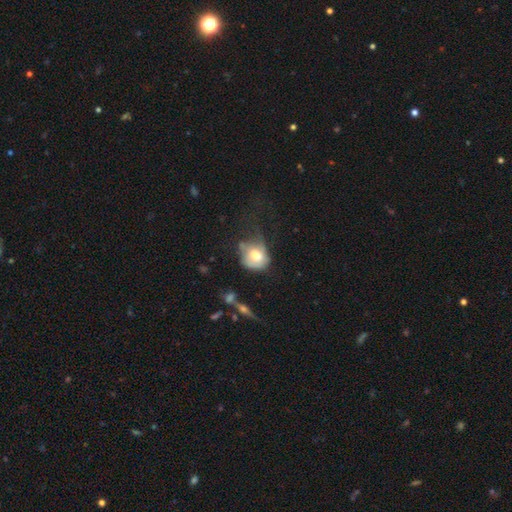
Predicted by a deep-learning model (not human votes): This appears to be a smooth galaxy with no disk features (65%) that is round (65%). Merging: none (33%).